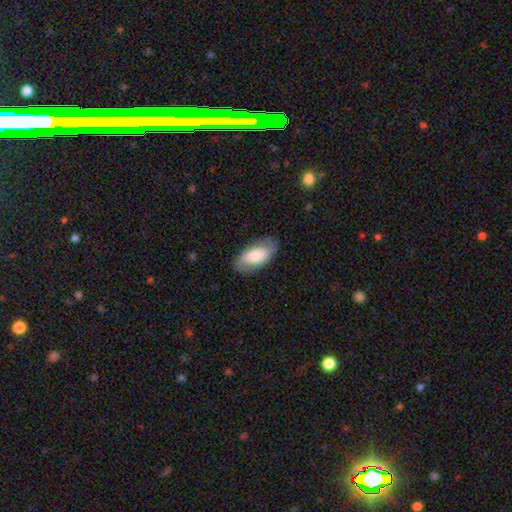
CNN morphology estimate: Smooth or featured? Predicted: smooth (p=0.58). How rounded? Predicted: in between (p=0.93). Merging? Predicted: none (p=0.76).